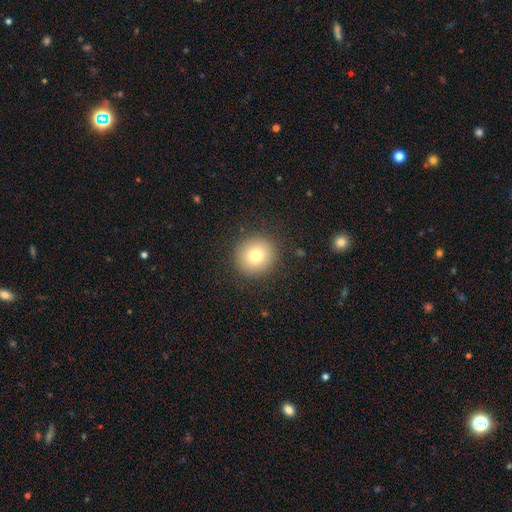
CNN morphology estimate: type=smooth (77%); roundness=round (94%); merging=none (90%).